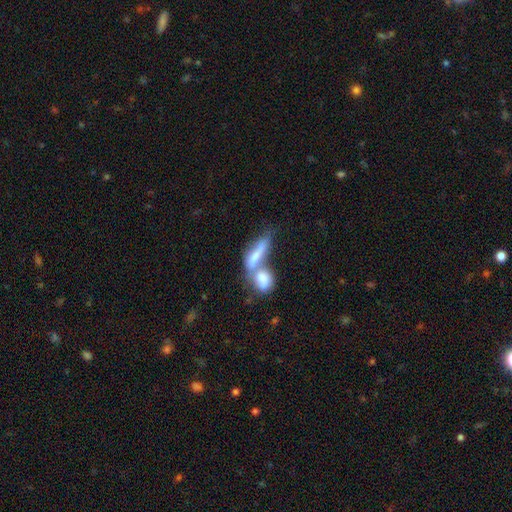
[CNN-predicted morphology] Smooth or featured? smooth (66%)
How rounded? in between (59%)
Merging? merger (72%)